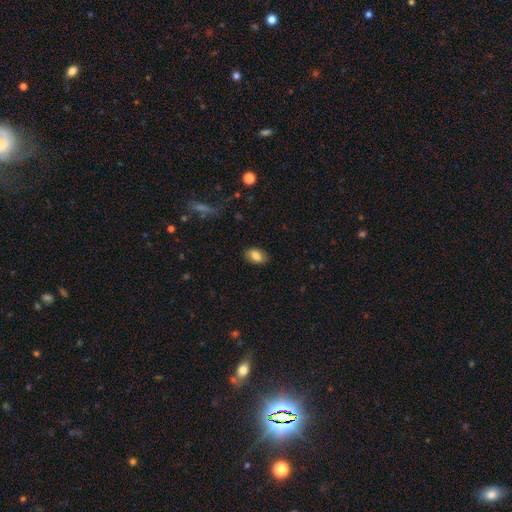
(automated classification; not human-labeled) Smooth or featured? smooth (81%)
How rounded? in between (88%)
Merging? none (85%)